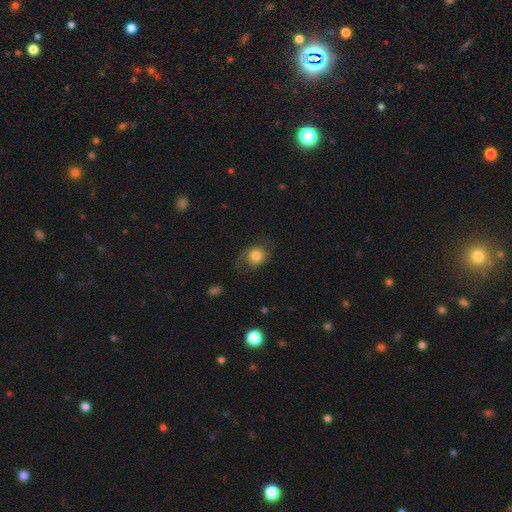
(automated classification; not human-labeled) A smooth galaxy with no disk features (69%) that is round (67%).

Vote fractions:
- Smooth or featured? smooth: 69% / featured or disk: 22% / star or artifact: 9%
- How rounded? round: 67% / in between: 32% / cigar-shaped: 1%
- Merging? none: 60% / minor disturbance: 23% / major disturbance: 16% / merger: 1%